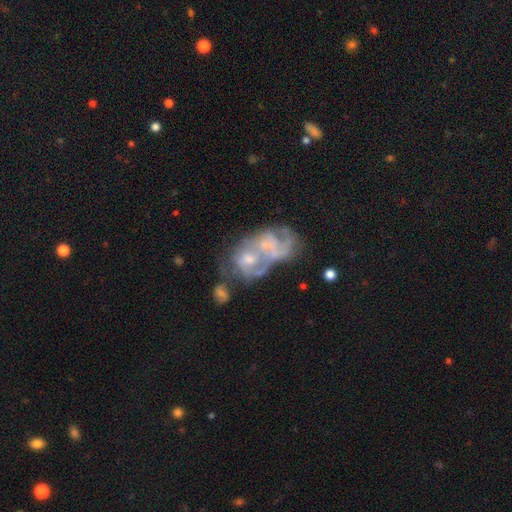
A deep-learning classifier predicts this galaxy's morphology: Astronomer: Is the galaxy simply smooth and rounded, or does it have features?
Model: featured or disk — 66%.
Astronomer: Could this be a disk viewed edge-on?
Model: no — 97%.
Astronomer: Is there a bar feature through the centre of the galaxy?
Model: no — 80%.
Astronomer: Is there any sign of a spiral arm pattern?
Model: no — 53% (runner-up: yes, 47%).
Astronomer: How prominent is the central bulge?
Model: small — 42% (runner-up: moderate, 28%).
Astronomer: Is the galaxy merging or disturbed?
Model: merger — 55%.